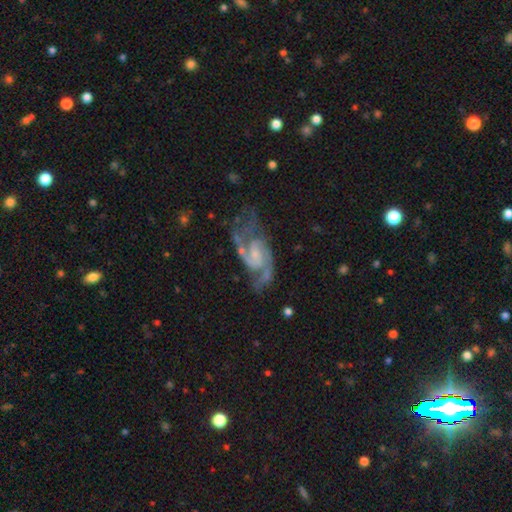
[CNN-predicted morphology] This is clearly a featured or disk galaxy (90%). It is clearly not viewed edge-on (97%). Bar: possibly weak (46%). Spiral arm pattern: clearly yes (98%). Spiral arm count: clearly 2 (84%). Spiral winding: possibly medium (57%). Central bulge: possibly small (57%). Merging: possibly none (57%).